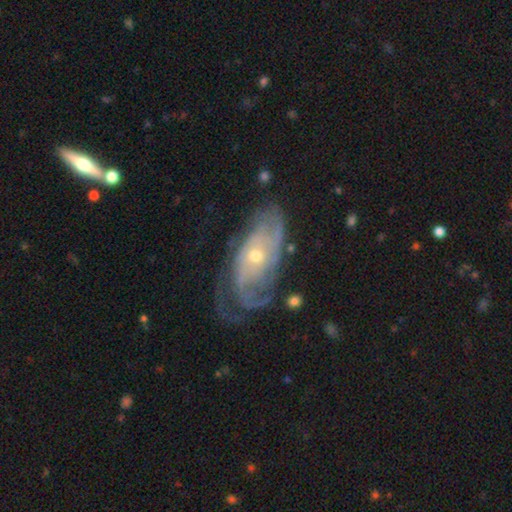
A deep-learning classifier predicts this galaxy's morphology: Q: Smooth or featured?
A: featured or disk (85%); runner-up: smooth (10%)
Q: Edge-on disk?
A: no (94%); runner-up: yes (6%)
Q: Bar?
A: no (74%); runner-up: weak (21%)
Q: Spiral arms?
A: yes (93%); runner-up: no (7%)
Q: Spiral winding?
A: tight (52%); runner-up: medium (34%)
Q: Spiral arm count?
A: can't tell (35%); runner-up: 2 (27%)
Q: Bulge size?
A: small (56%); runner-up: moderate (40%)
Q: Merging?
A: none (57%); runner-up: minor disturbance (23%)